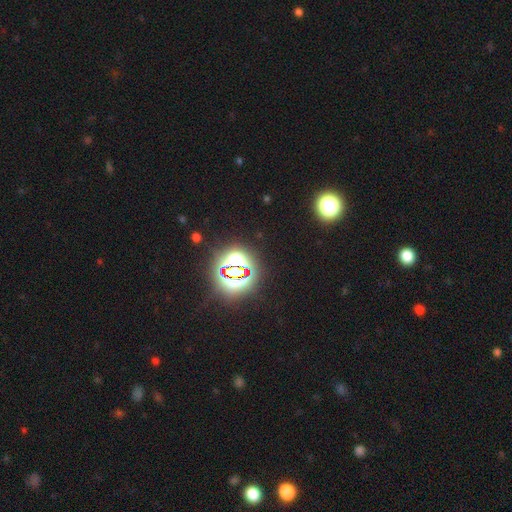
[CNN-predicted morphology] type=star or artifact (78%).